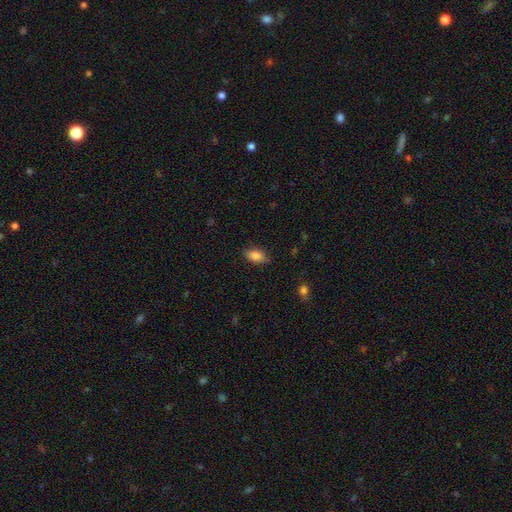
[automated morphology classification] smooth-or-featured: smooth: 84% | star or artifact: 8% | featured or disk: 8%
  how-rounded: in between: 88% | round: 7% | cigar-shaped: 5%
  merging: none: 80% | minor disturbance: 16% | major disturbance: 3% | merger: 1%